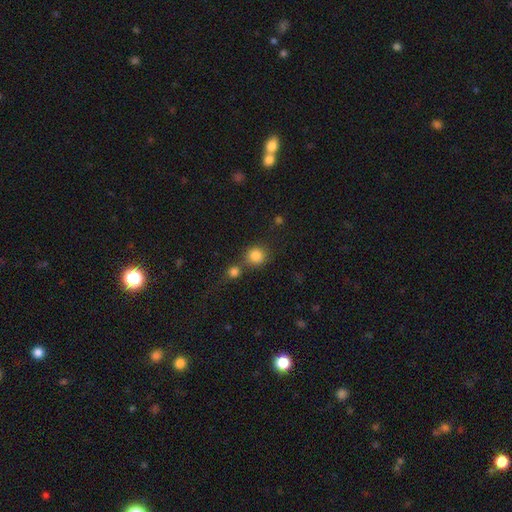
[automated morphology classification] This is clearly a smooth galaxy (83%). How rounded: clearly round (90%). Merging: possibly none (58%).